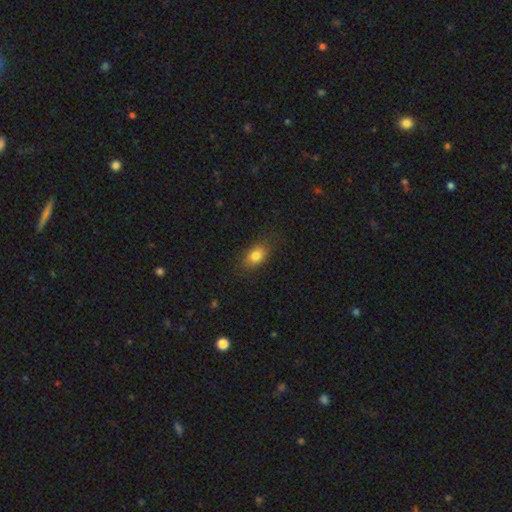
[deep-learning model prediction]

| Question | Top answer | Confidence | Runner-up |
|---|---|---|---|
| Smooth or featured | smooth | 81% | featured or disk (10%) |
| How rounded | in between | 85% | round (12%) |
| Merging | none | 80% | minor disturbance (15%) |